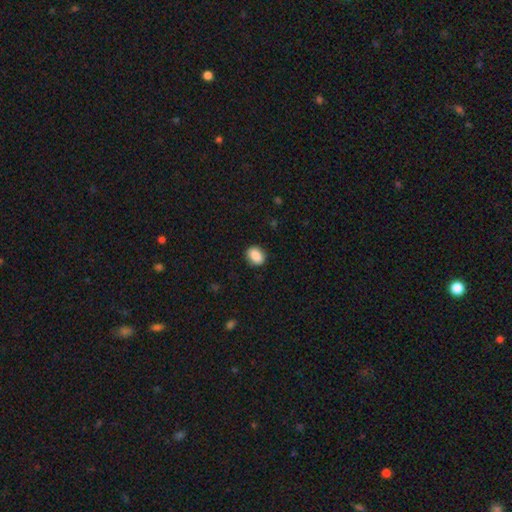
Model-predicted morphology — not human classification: smooth_or_featured: smooth (p=0.88) [alt: star or artifact p=0.08]
how_rounded: in between (p=0.61) [alt: round p=0.38]
merging: none (p=0.88) [alt: minor disturbance p=0.09]